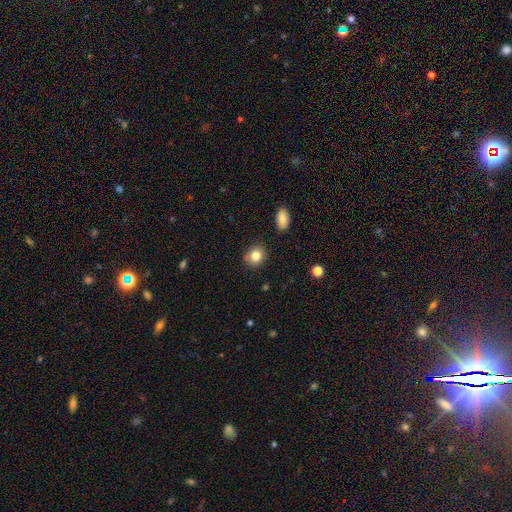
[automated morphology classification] Q: Smooth or featured?
A: smooth (84%); runner-up: star or artifact (9%)
Q: How rounded?
A: round (67%); runner-up: in between (32%)
Q: Merging?
A: none (84%); runner-up: minor disturbance (11%)